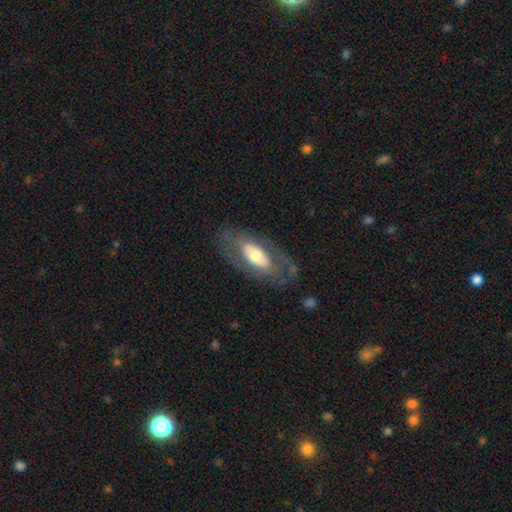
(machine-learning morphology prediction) featured or disk 53%, smooth 41%, star or artifact 6%. Down the decision tree: edge-on disk — no (83%); merging — none (73%).